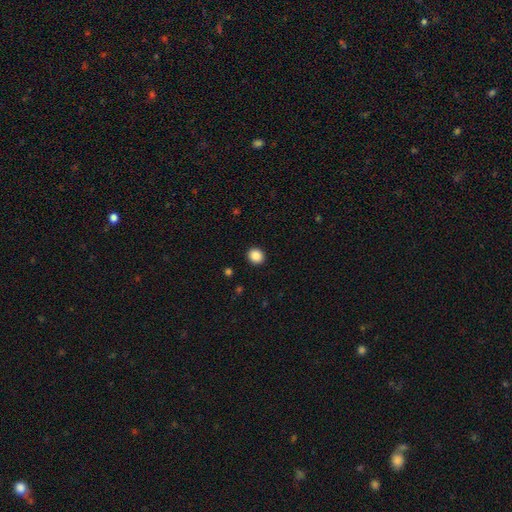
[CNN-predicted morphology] type=smooth (88%); roundness=round (82%); merging=none (92%).